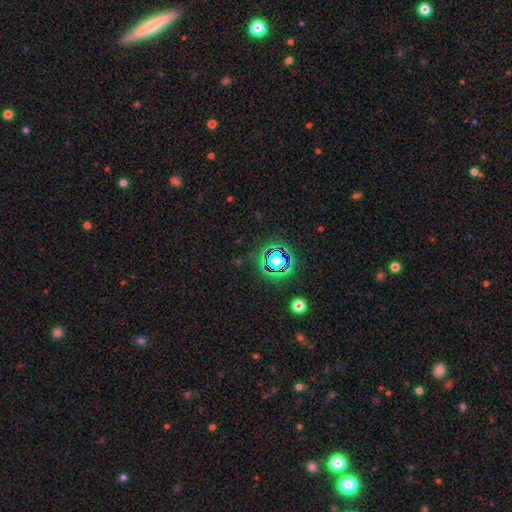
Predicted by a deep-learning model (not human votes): A star or artifact, not a galaxy (77%).

Vote fractions:
- Smooth or featured? star or artifact: 77% / smooth: 14% / featured or disk: 9%